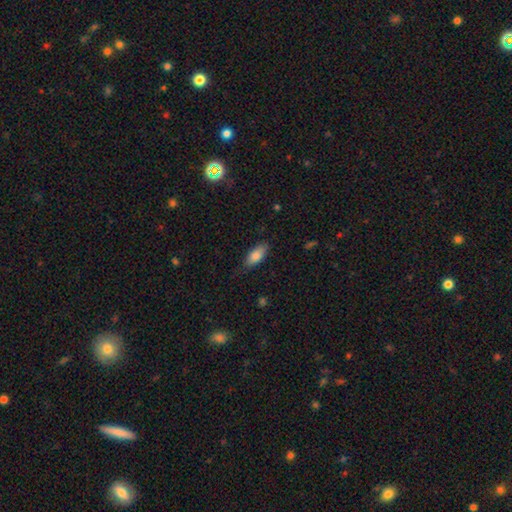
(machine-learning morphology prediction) smooth_or_featured: smooth (p=0.81) [alt: featured or disk p=0.12]
how_rounded: in between (p=0.84) [alt: cigar-shaped p=0.14]
merging: none (p=0.75) [alt: minor disturbance p=0.20]